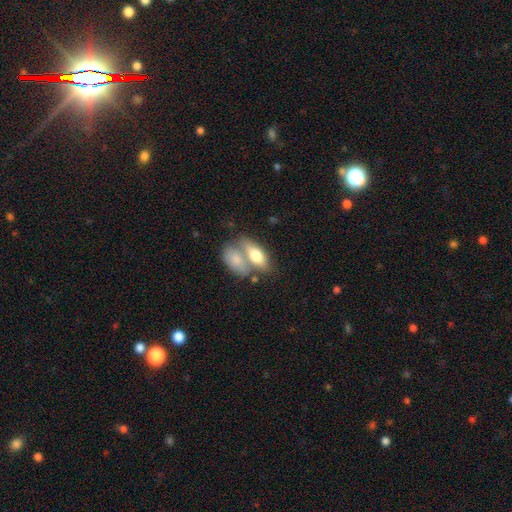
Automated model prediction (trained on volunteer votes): Overall: smooth (70%). How rounded: in between (83%). Merging: merger (56%; none 29%).